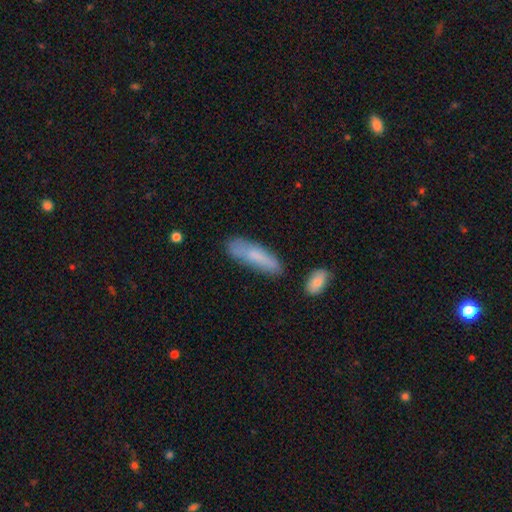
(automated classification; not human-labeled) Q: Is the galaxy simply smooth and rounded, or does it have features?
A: smooth — 73%.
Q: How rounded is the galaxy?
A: cigar-shaped — 61%.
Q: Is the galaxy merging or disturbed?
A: none — 67%.